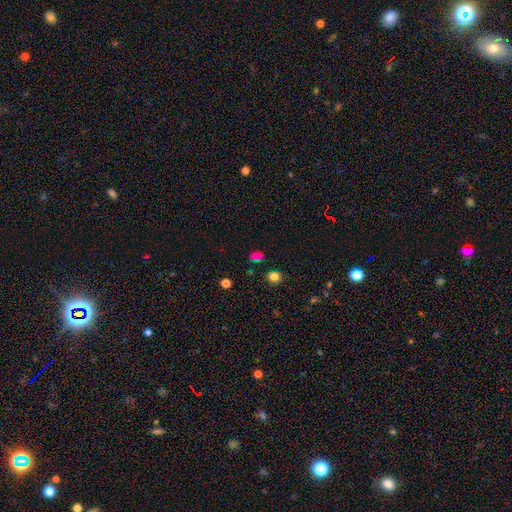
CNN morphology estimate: type=smooth (79%); roundness=in between (63%); merging=none (83%).